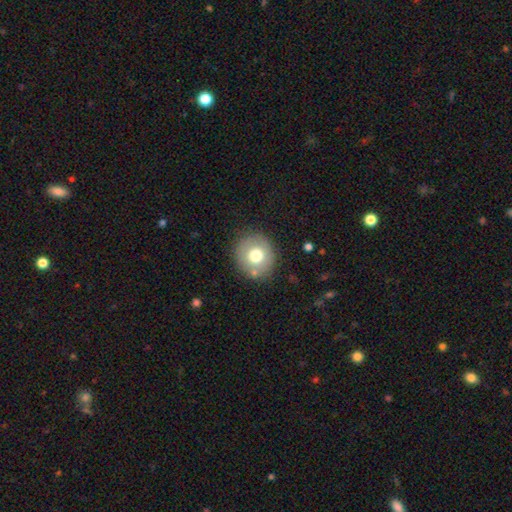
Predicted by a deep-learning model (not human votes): A smooth galaxy with no disk features (69%) that is round (88%).

Vote fractions:
- Smooth or featured? smooth: 69% / featured or disk: 22% / star or artifact: 9%
- How rounded? round: 88% / in between: 11% / cigar-shaped: 1%
- Merging? none: 82% / minor disturbance: 10% / merger: 4% / major disturbance: 4%